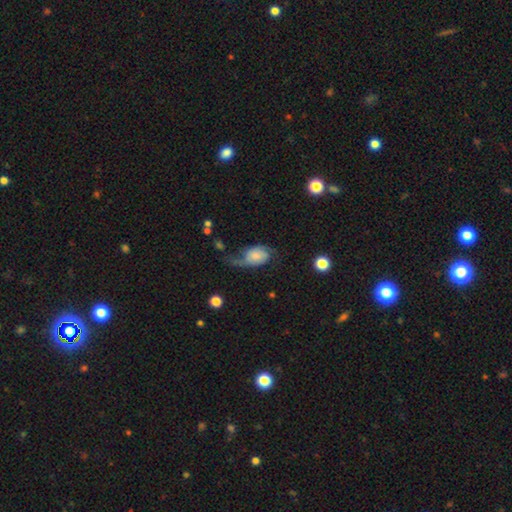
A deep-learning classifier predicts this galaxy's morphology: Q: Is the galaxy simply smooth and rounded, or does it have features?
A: featured or disk — 56%.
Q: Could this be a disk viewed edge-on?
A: no — 95%.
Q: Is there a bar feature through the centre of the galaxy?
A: no — 67%.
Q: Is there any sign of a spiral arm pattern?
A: yes — 86%.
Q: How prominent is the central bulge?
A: small — 33%.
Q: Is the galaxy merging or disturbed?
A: major disturbance — 38%.